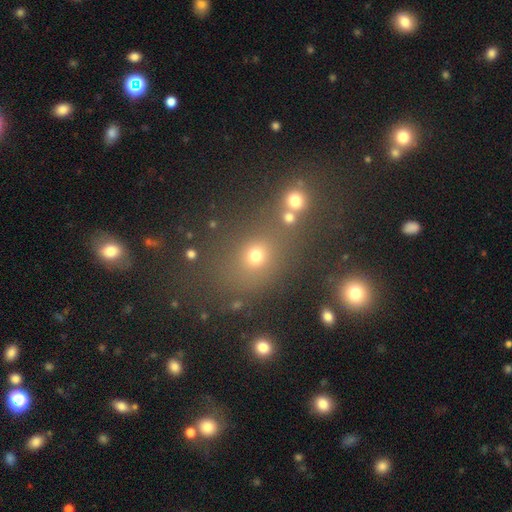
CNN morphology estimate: Smooth or featured? smooth (67%)
How rounded? round (62%)
Merging? none (58%)